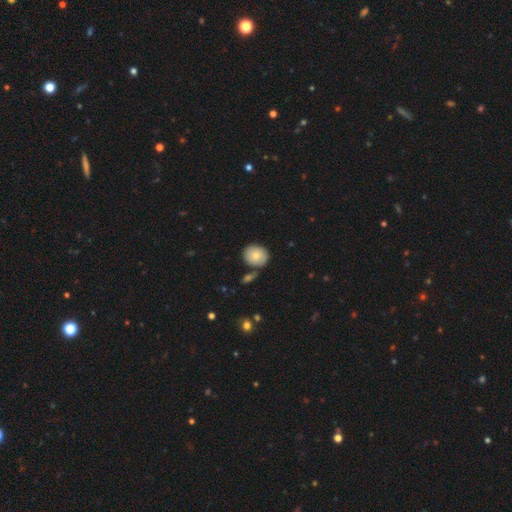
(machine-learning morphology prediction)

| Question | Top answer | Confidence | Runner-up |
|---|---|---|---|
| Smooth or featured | smooth | 79% | featured or disk (14%) |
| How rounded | round | 71% | in between (28%) |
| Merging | none | 73% | minor disturbance (13%) |